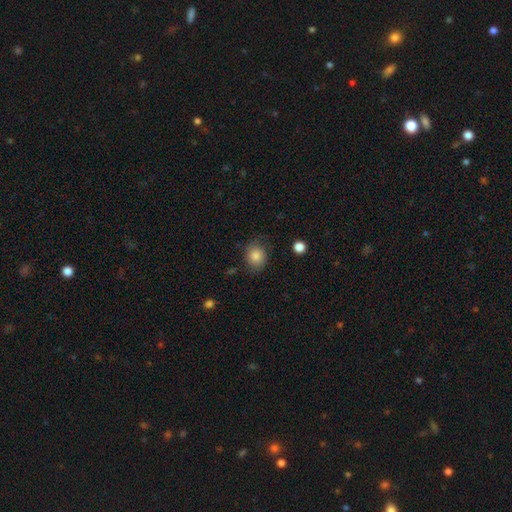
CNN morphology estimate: smooth 84%, star or artifact 9%, featured or disk 7%. Down the decision tree: how rounded — round (67%); merging — none (78%).